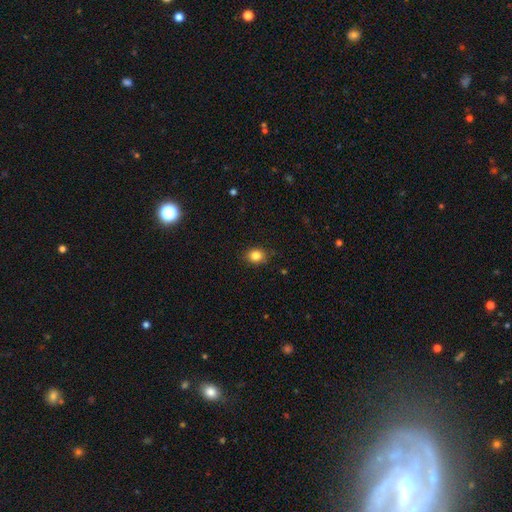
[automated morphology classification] This is clearly a smooth galaxy (84%). How rounded: likely round (61%). Merging: clearly none (84%).